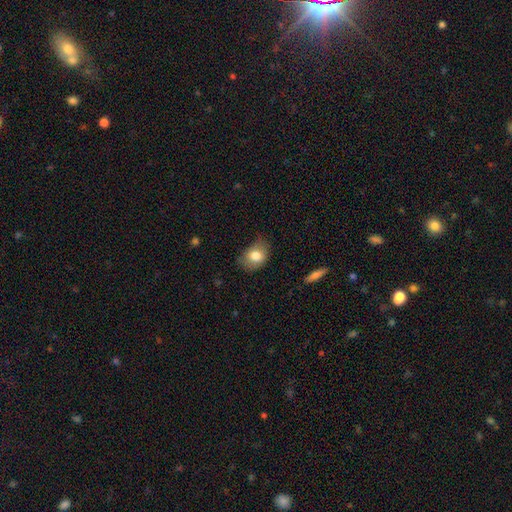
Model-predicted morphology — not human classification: smooth-or-featured: smooth: 79% | featured or disk: 13% | star or artifact: 8%
  how-rounded: in between: 63% | round: 36% | cigar-shaped: 1%
  merging: none: 57% | minor disturbance: 33% | major disturbance: 8% | merger: 2%